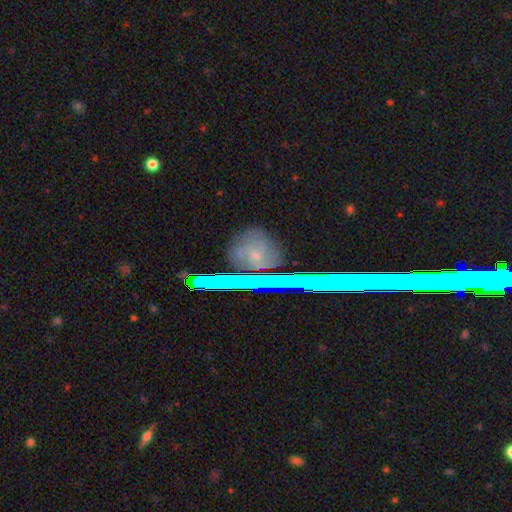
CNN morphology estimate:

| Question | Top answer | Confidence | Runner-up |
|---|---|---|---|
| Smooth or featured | featured or disk | 35% | smooth (33%) |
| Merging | none | 80% | minor disturbance (13%) |